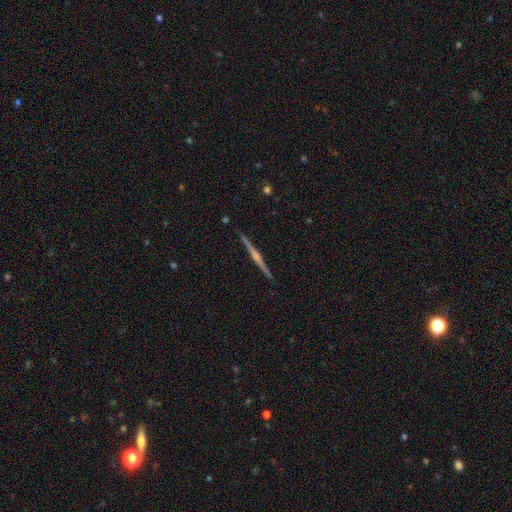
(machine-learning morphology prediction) smooth_or_featured: featured or disk (p=0.84) [alt: smooth p=0.10]
disk_edge_on: yes (p=0.99) [alt: no p=0.01]
edge_on_bulge: rounded (p=0.81) [alt: none p=0.11]
merging: none (p=0.93) [alt: minor disturbance p=0.05]